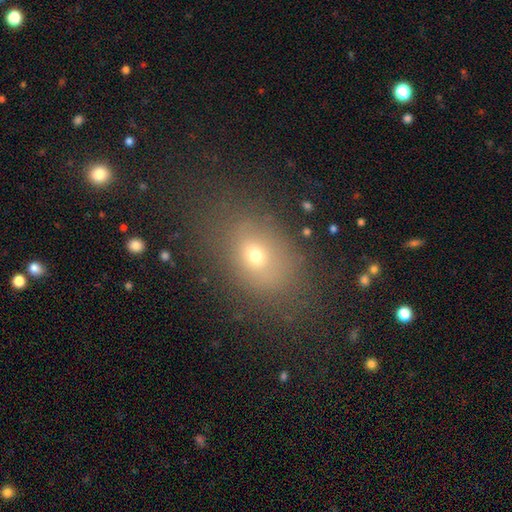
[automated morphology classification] Smooth or featured: smooth — 64% (star or artifact — 19%)
How rounded: in between — 68% (round — 30%)
Merging: none — 75% (minor disturbance — 14%)